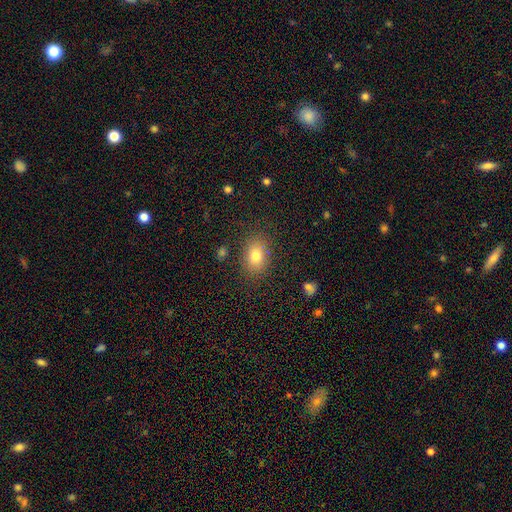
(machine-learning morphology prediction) A smooth galaxy with no disk features (80%) that is in between round and cigar-shaped (75%).

Vote fractions:
- Smooth or featured? smooth: 80% / star or artifact: 11% / featured or disk: 10%
- How rounded? in between: 75% / round: 24% / cigar-shaped: 1%
- Merging? none: 83% / minor disturbance: 11% / major disturbance: 4% / merger: 2%